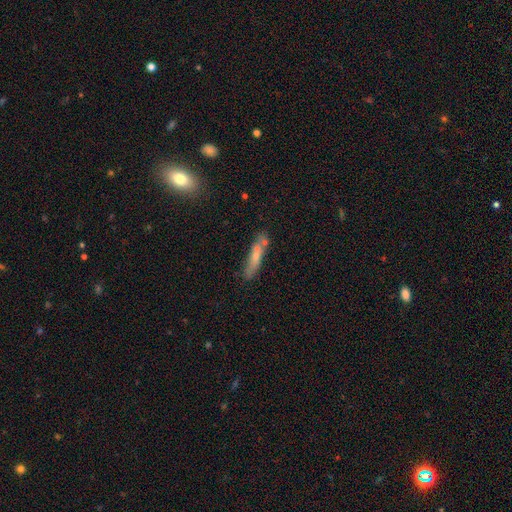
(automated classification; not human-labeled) A smooth galaxy with no disk features (60%) that is cigar-shaped (81%). Merging: none (62%).